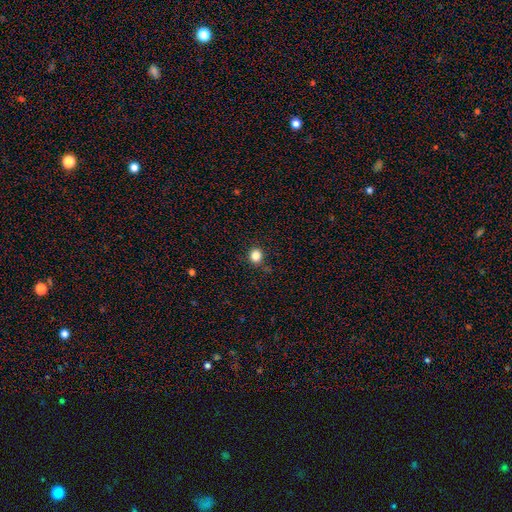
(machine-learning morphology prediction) Overall: smooth (84%). How rounded: round (84%). Merging: none (88%).